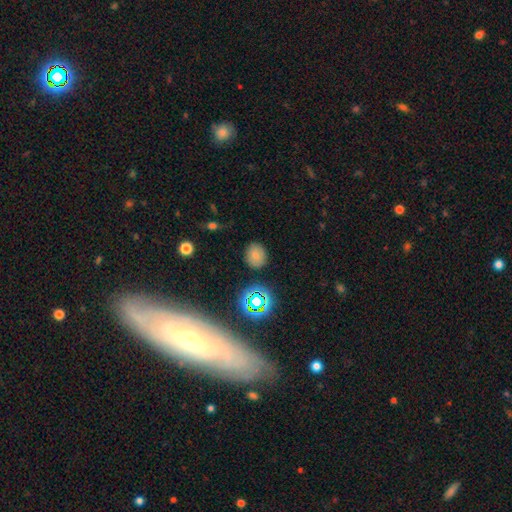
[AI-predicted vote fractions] smooth_or_featured: smooth (p=0.74) [alt: star or artifact p=0.18]
how_rounded: round (p=0.67) [alt: in between p=0.32]
merging: none (p=0.85) [alt: minor disturbance p=0.10]